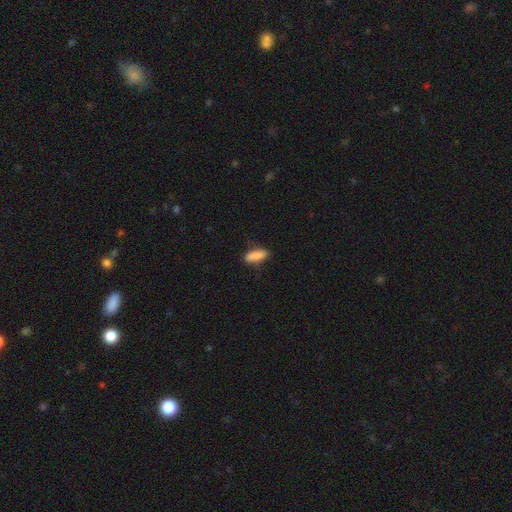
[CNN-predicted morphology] type=smooth (86%); roundness=in between (55%); merging=none (80%).